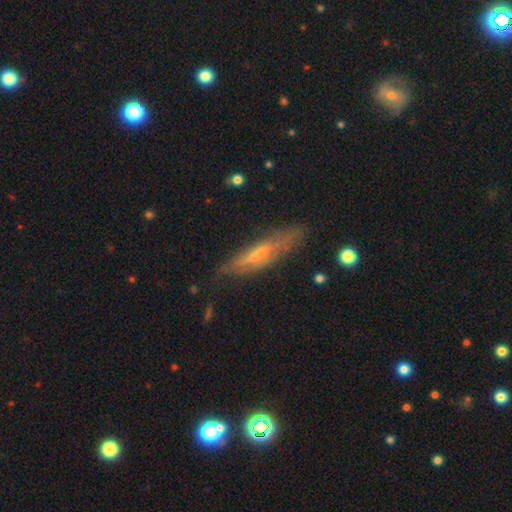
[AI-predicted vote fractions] A featured or disk galaxy (59%) viewed edge-on (80%). Merging: none (74%).